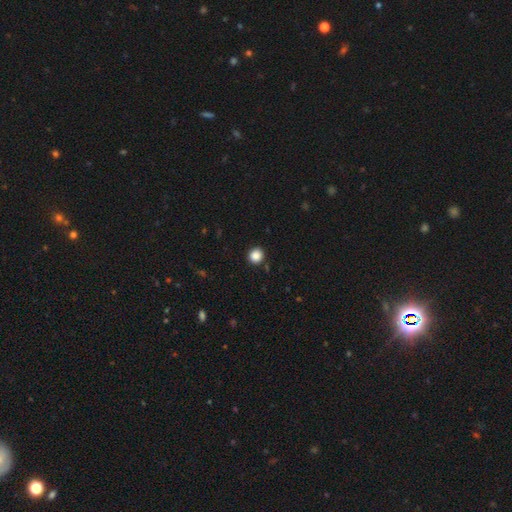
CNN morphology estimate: Q: Smooth or featured?
A: smooth (87%); runner-up: star or artifact (10%)
Q: How rounded?
A: round (91%); runner-up: in between (8%)
Q: Merging?
A: none (91%); runner-up: minor disturbance (6%)